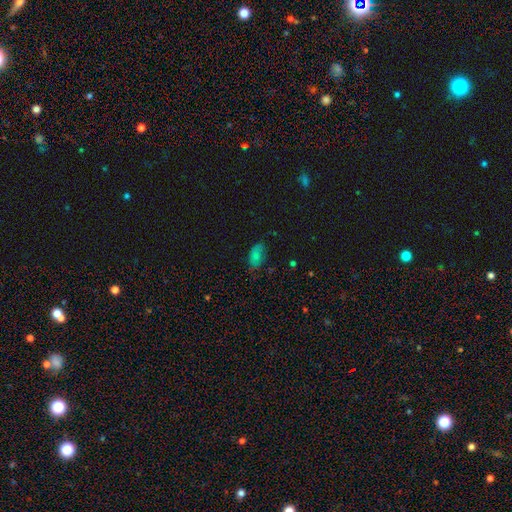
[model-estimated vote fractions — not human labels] This appears to be a smooth galaxy with no disk features (62%) that is in between round and cigar-shaped (88%). Merging: none (68%).